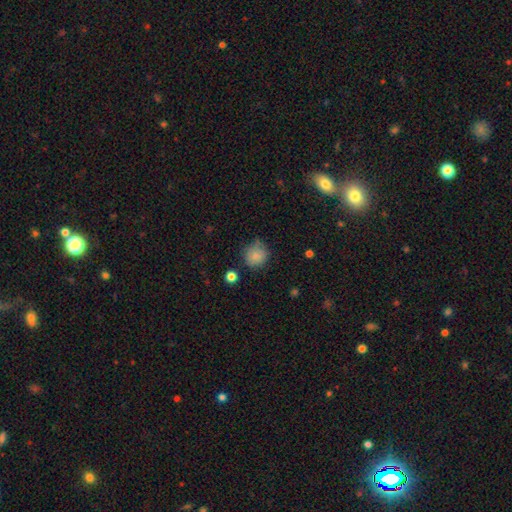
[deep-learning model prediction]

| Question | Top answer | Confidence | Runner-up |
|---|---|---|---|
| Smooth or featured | smooth | 83% | star or artifact (10%) |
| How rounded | round | 89% | in between (10%) |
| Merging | none | 72% | minor disturbance (20%) |